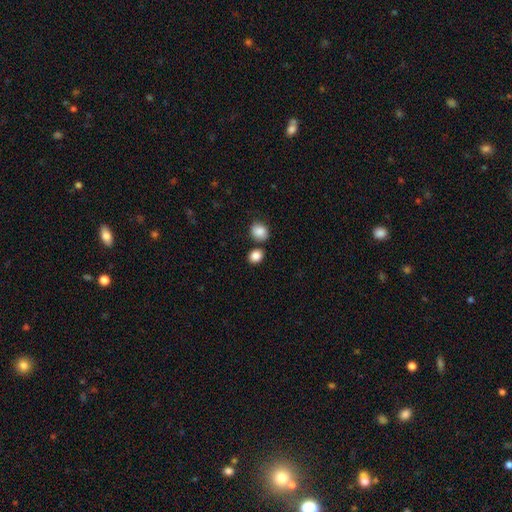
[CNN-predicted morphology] This is clearly a smooth galaxy (86%). How rounded: possibly round (57%). Merging: likely none (70%).